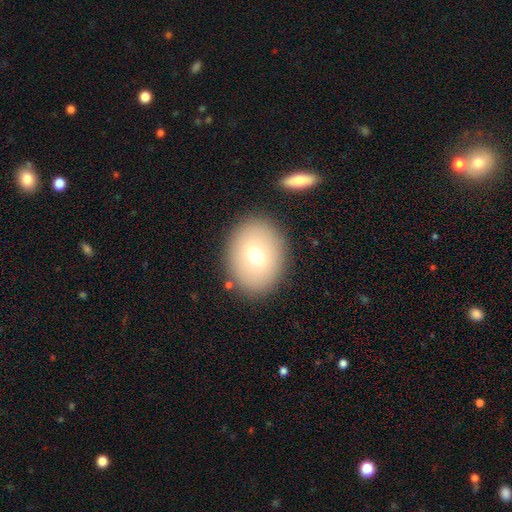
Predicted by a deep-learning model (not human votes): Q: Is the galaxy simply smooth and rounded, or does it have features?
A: smooth — 71%.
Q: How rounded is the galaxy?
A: in between — 59%.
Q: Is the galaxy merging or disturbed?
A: none — 86%.